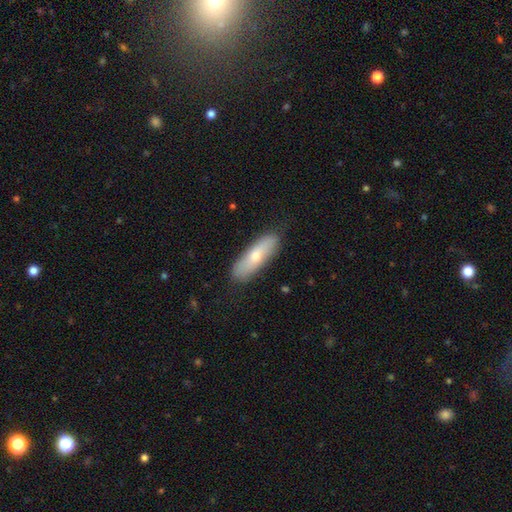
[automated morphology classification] Q: Smooth or featured?
A: smooth (65%); runner-up: featured or disk (29%)
Q: How rounded?
A: cigar-shaped (53%); runner-up: in between (45%)
Q: Merging?
A: none (84%); runner-up: minor disturbance (13%)